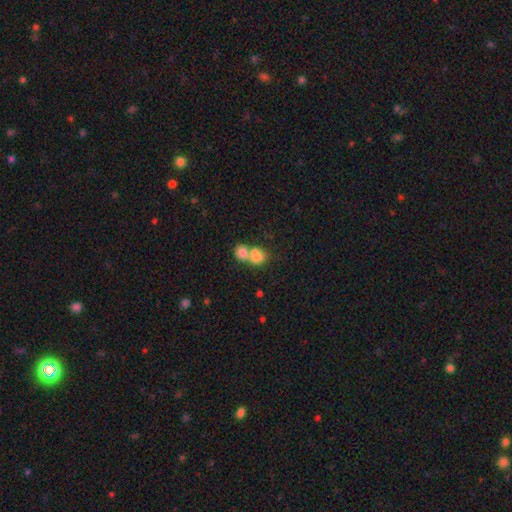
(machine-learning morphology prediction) A smooth galaxy with no disk features (76%) that is round (51%).

Vote fractions:
- Smooth or featured? smooth: 76% / featured or disk: 14% / star or artifact: 10%
- How rounded? round: 51% / in between: 47% / cigar-shaped: 2%
- Merging? merger: 70% / none: 21% / minor disturbance: 6% / major disturbance: 4%